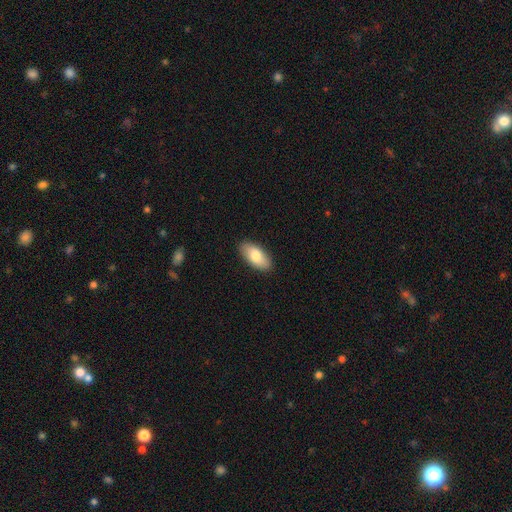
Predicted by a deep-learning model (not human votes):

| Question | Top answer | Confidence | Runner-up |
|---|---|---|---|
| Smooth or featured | smooth | 81% | featured or disk (13%) |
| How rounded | in between | 92% | cigar-shaped (6%) |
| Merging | none | 89% | minor disturbance (8%) |